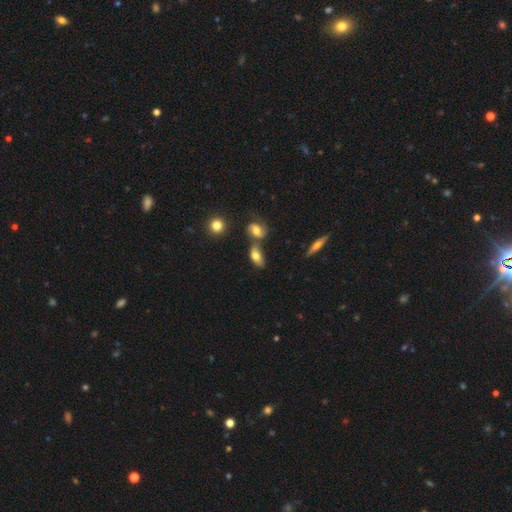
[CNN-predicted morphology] type=smooth (67%); roundness=in between (84%); merging=none (50%).